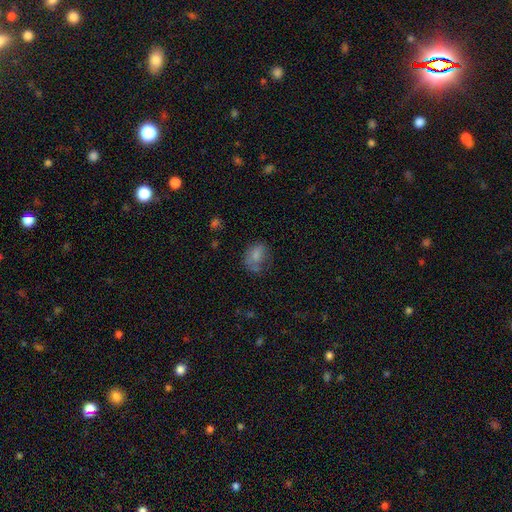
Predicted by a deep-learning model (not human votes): Smooth or featured? Predicted: smooth (p=0.75). How rounded? Predicted: in between (p=0.70). Merging? Predicted: none (p=0.47).